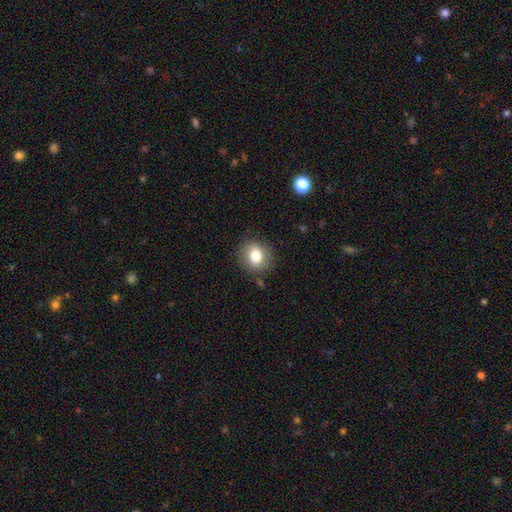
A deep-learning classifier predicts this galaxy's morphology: Overall: smooth (79%). How rounded: round (76%). Merging: none (86%).